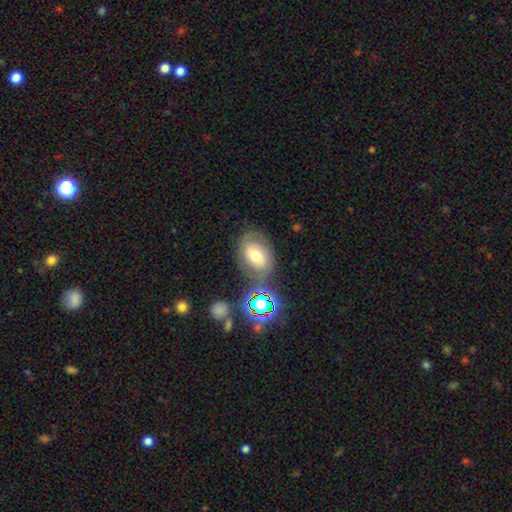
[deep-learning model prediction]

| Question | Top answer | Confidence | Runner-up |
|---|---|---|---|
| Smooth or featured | smooth | 54% | featured or disk (31%) |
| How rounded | in between | 75% | round (23%) |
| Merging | none | 61% | minor disturbance (18%) |